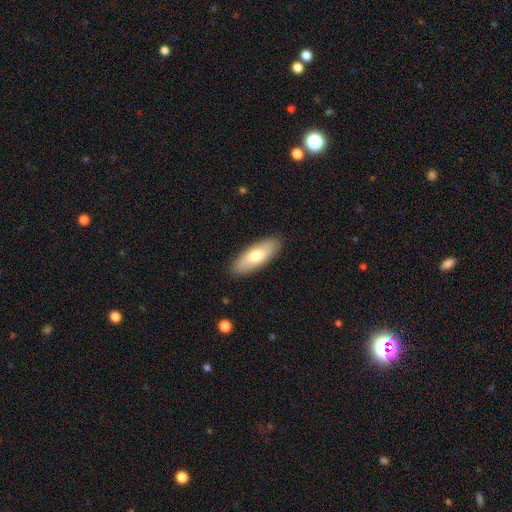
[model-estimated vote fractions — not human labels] A smooth galaxy with no disk features (70%) that is in between round and cigar-shaped (69%).

Vote fractions:
- Smooth or featured? smooth: 70% / featured or disk: 25% / star or artifact: 5%
- How rounded? in between: 69% / cigar-shaped: 29% / round: 2%
- Merging? none: 89% / minor disturbance: 8% / major disturbance: 2% / merger: 1%